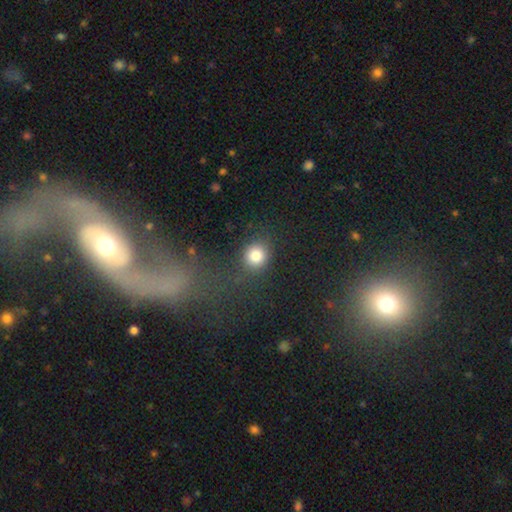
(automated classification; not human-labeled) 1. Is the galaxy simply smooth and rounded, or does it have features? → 82% smooth, 12% star or artifact, 6% featured or disk.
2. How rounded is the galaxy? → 79% round, 19% in between, 2% cigar-shaped.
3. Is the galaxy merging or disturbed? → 75% none, 12% minor disturbance, 7% major disturbance, 6% merger.